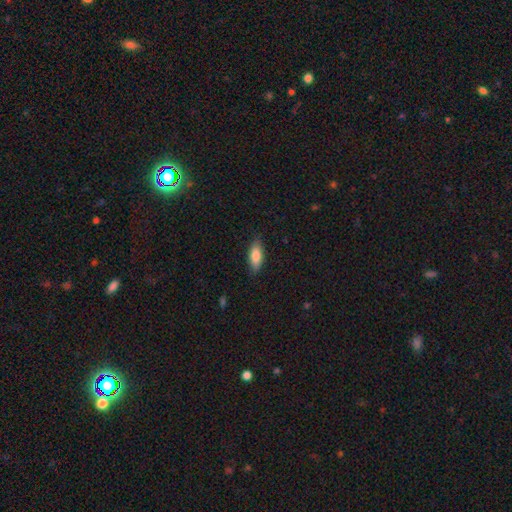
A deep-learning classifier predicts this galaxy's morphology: Smooth or featured? smooth (82%)
How rounded? in between (74%)
Merging? none (85%)